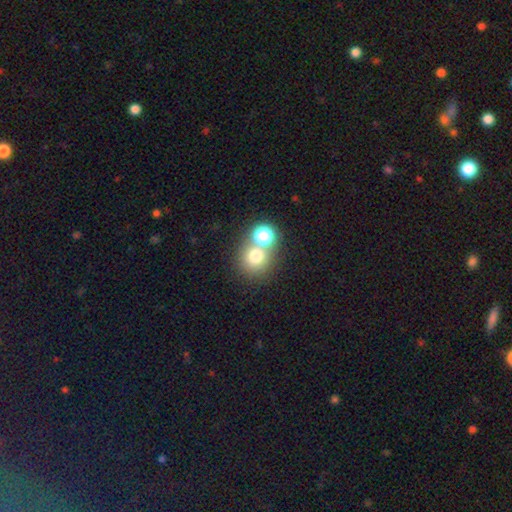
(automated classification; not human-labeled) The model was most divided on "merging": none: 52%, merger: 38%, minor disturbance: 7%, major disturbance: 3%. More confident: how rounded — round (88%); smooth or featured — smooth (72%).